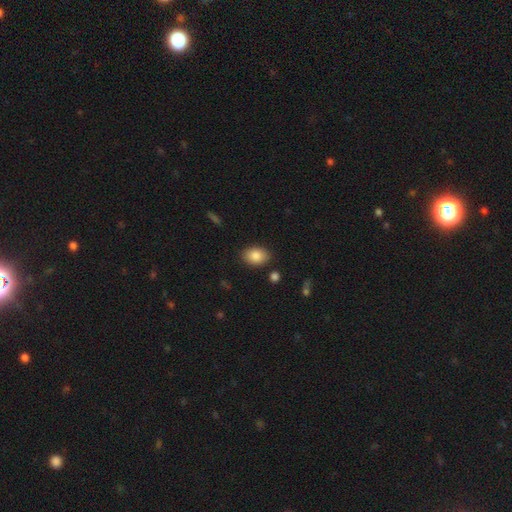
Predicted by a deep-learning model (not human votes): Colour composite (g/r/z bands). It shows a smooth galaxy with no disk features (86%) that is in between round and cigar-shaped (82%). Merging: none (85%).